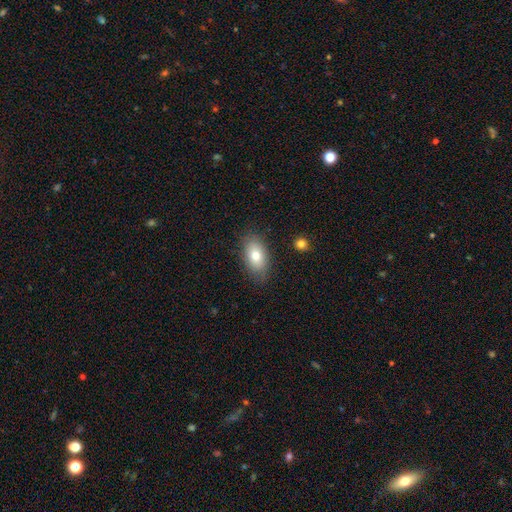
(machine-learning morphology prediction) The model was most divided on "smooth or featured": smooth: 77%, featured or disk: 15%, star or artifact: 8%. More confident: how rounded — in between (91%); merging — none (83%).